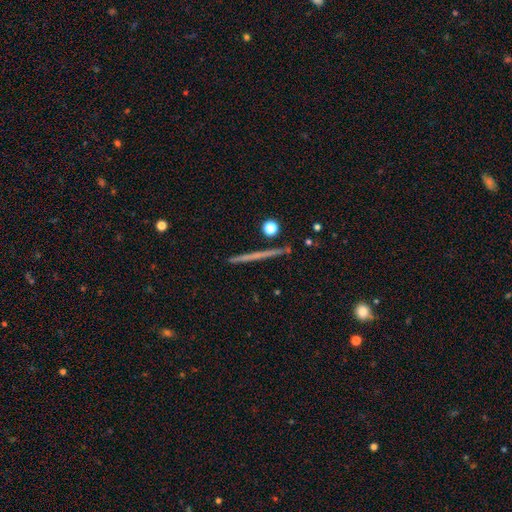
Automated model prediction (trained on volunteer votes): Q: Smooth or featured?
A: featured or disk (57%); runner-up: smooth (34%)
Q: Edge-on disk?
A: yes (97%); runner-up: no (3%)
Q: Edge-on bulge?
A: none (85%); runner-up: rounded (11%)
Q: Merging?
A: none (91%); runner-up: minor disturbance (6%)